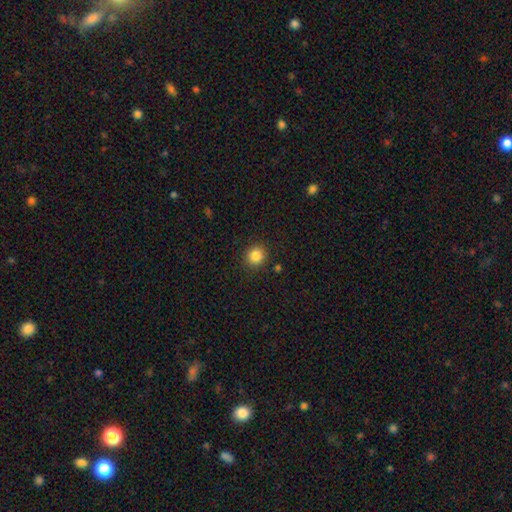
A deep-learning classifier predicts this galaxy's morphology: smooth 85%, star or artifact 11%, featured or disk 5%. Down the decision tree: how rounded — round (91%); merging — none (90%).